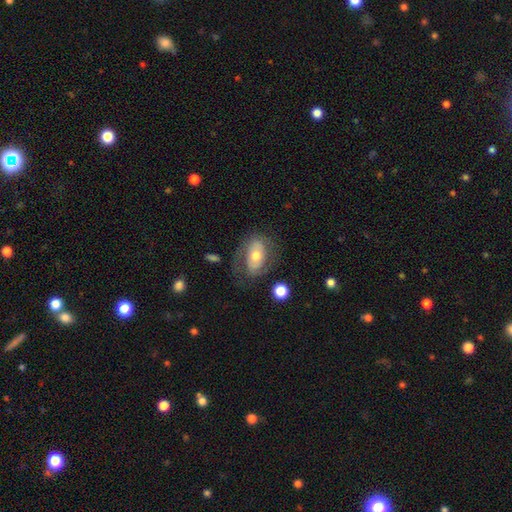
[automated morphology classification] A featured or disk galaxy (48%).

Vote fractions:
- Smooth or featured? featured or disk: 48% / smooth: 45% / star or artifact: 7%
- Merging? none: 62% / minor disturbance: 20% / major disturbance: 16% / merger: 2%